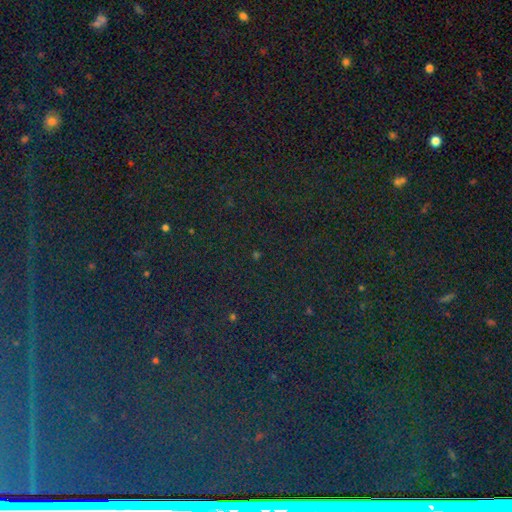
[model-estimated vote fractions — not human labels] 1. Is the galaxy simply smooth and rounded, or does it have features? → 79% star or artifact, 12% smooth, 8% featured or disk.